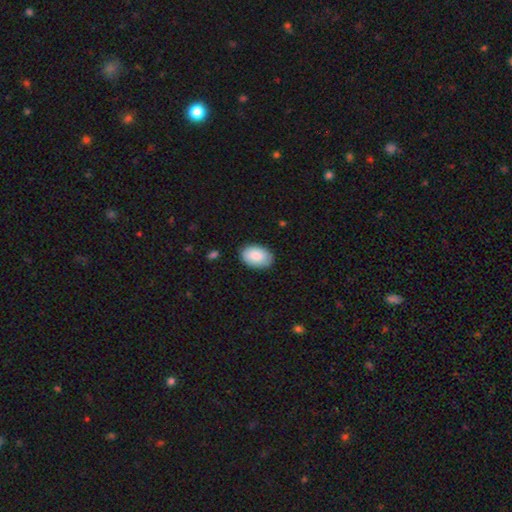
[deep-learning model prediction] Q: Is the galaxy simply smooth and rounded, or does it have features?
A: smooth — 87%.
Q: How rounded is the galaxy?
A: in between — 89%.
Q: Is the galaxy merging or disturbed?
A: none — 86%.